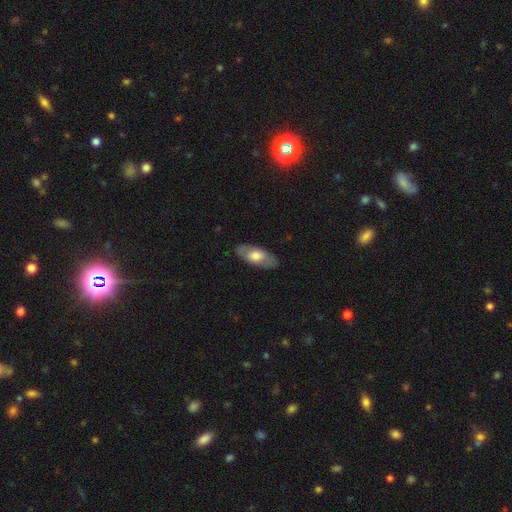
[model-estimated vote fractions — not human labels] smooth_or_featured: smooth (p=0.58) [alt: featured or disk p=0.37]
how_rounded: in between (p=0.85) [alt: cigar-shaped p=0.12]
merging: none (p=0.83) [alt: minor disturbance p=0.12]